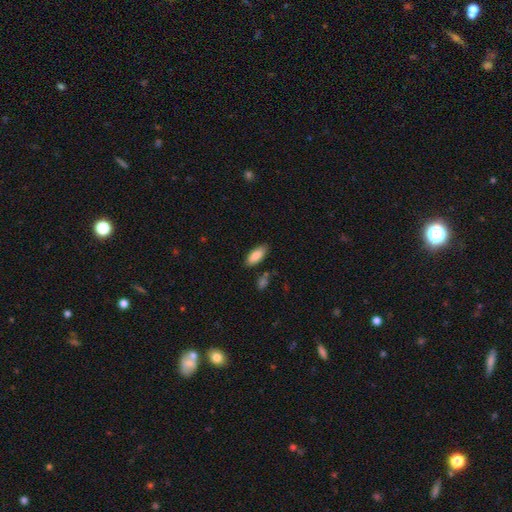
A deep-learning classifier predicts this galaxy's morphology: A smooth galaxy with no disk features (85%) that is in between round and cigar-shaped (84%). Merging: none (82%).